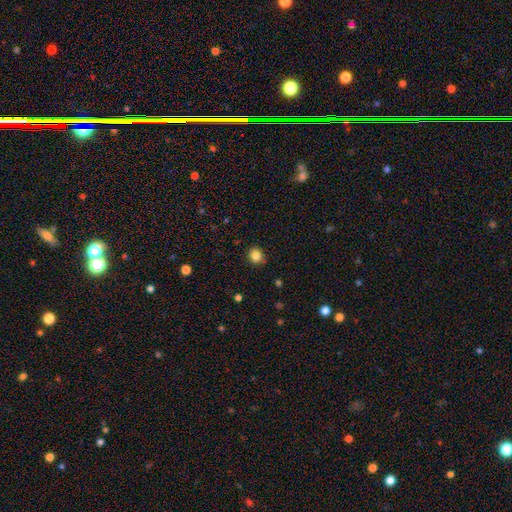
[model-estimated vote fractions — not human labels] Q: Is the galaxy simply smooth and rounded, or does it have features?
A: smooth — 85%.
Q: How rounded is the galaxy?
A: round — 86%.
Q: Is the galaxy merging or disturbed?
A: none — 88%.